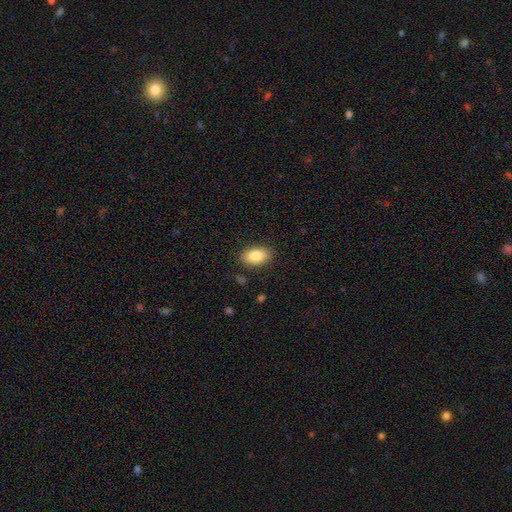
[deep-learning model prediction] Smooth or featured?
  - smooth: 83% *
  - featured or disk: 9%
  - star or artifact: 7%
How rounded?
  - in between: 90% *
  - round: 8%
  - cigar-shaped: 2%
Merging?
  - none: 86% *
  - minor disturbance: 10%
  - major disturbance: 3%
  - merger: 1%